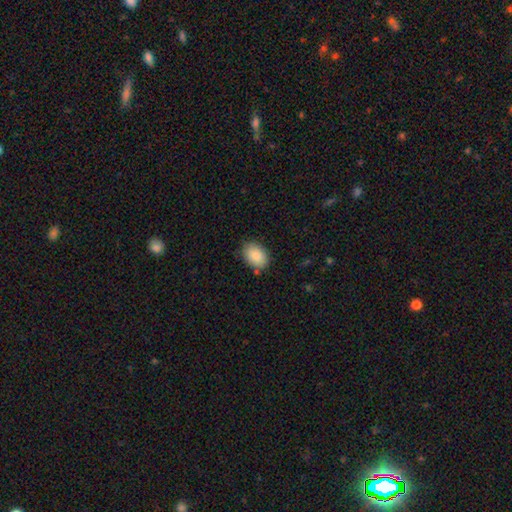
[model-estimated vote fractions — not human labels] A smooth galaxy with no disk features (88%) that is in between round and cigar-shaped (82%). Merging: none (82%).